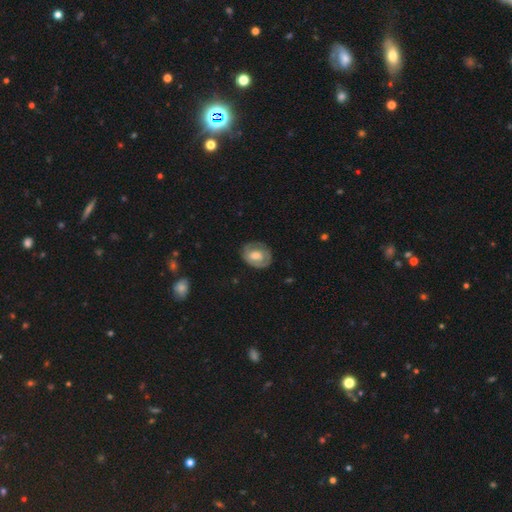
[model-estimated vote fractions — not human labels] Smooth or featured? featured or disk (51%)
Edge-on disk? no (96%)
Merging? none (75%)